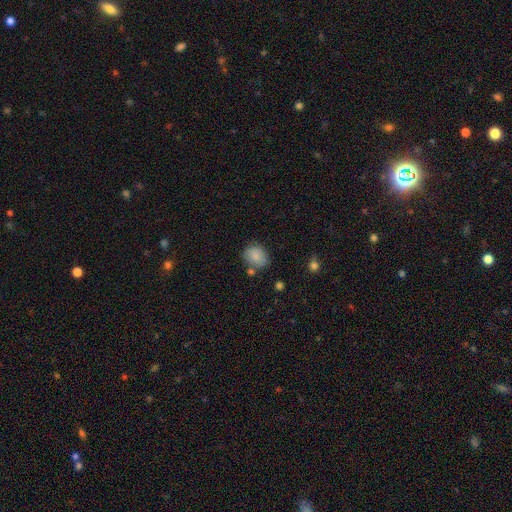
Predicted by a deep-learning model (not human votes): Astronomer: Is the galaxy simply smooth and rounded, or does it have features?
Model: smooth — 84%.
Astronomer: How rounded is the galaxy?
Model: round — 50% (runner-up: in between, 49%).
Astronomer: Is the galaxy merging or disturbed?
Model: none — 71%.